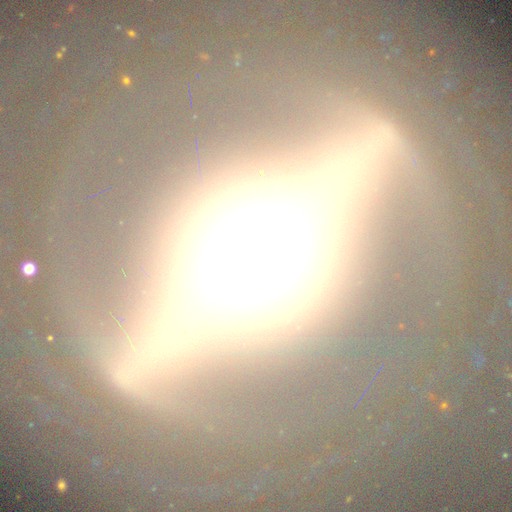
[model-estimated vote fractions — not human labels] Smooth or featured? featured or disk (86%)
Edge-on disk? yes (52%)
Merging? none (78%)